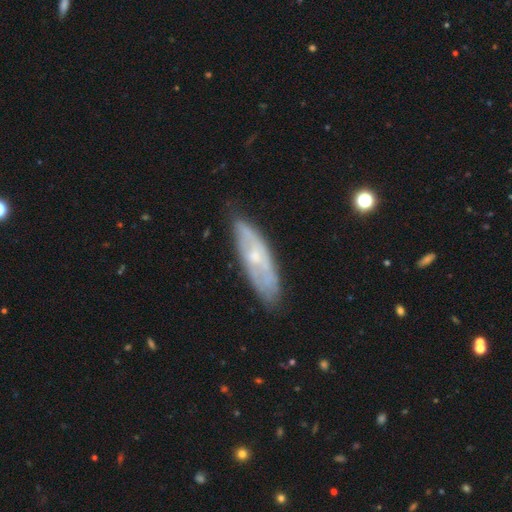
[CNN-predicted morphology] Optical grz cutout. It shows a featured or disk galaxy (61%). Merging: none (72%).